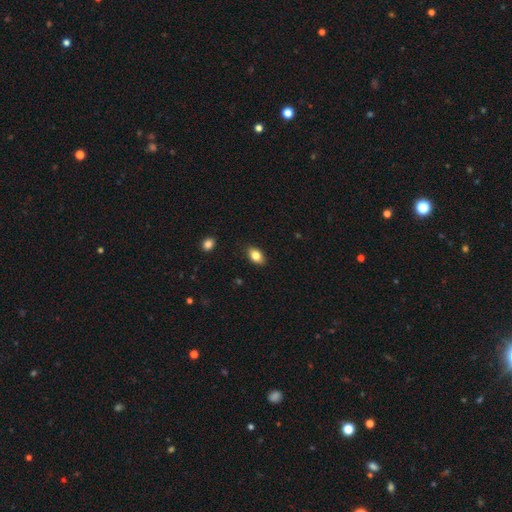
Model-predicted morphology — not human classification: This appears to be a smooth galaxy with no disk features (82%) that is in between round and cigar-shaped (86%). Merging: none (87%).